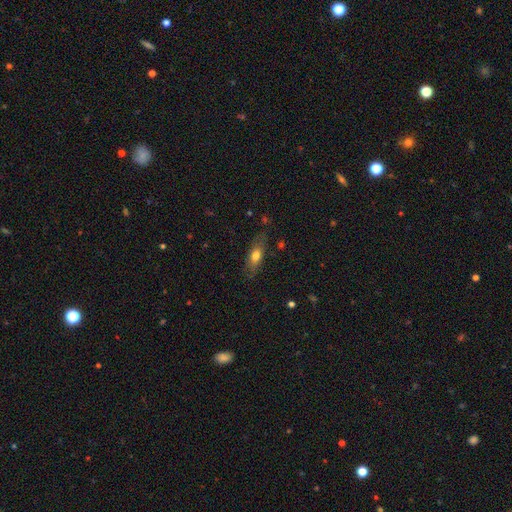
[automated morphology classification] Smooth or featured? Predicted: smooth (p=0.65). How rounded? Predicted: in between (p=0.64). Merging? Predicted: none (p=0.77).